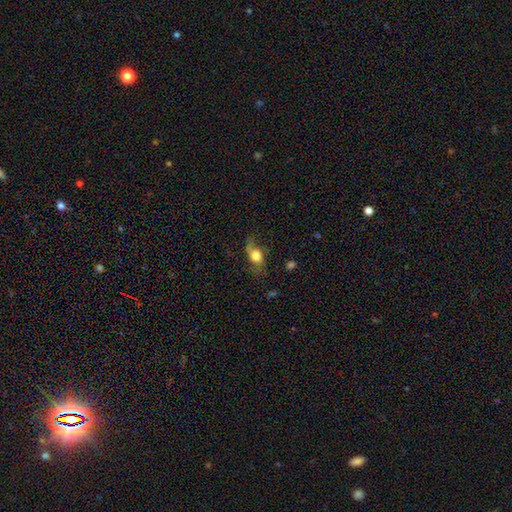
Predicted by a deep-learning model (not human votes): This appears to be a smooth galaxy with no disk features (62%) that is in between round and cigar-shaped (72%). Merging: none (52%).